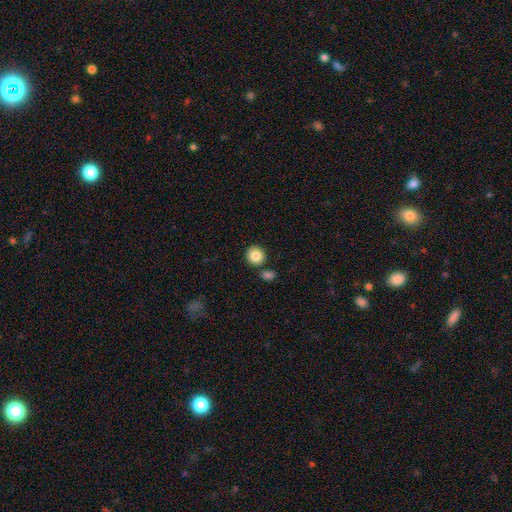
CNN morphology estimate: smooth-or-featured: smooth: 86% | star or artifact: 9% | featured or disk: 6%
  how-rounded: round: 88% | in between: 11% | cigar-shaped: 1%
  merging: none: 79% | merger: 11% | minor disturbance: 8% | major disturbance: 2%